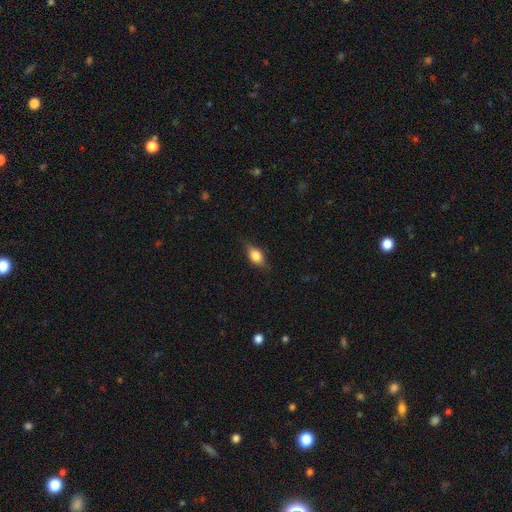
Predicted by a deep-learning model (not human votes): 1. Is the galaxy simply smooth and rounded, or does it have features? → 67% smooth, 24% featured or disk, 8% star or artifact.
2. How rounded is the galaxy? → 74% in between, 18% round, 8% cigar-shaped.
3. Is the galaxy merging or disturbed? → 76% none, 19% minor disturbance, 5% major disturbance, 1% merger.